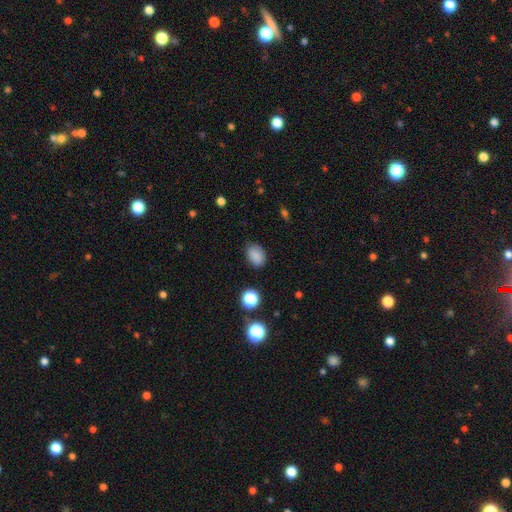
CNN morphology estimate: Q: Smooth or featured?
A: smooth (85%); runner-up: star or artifact (11%)
Q: How rounded?
A: in between (72%); runner-up: round (27%)
Q: Merging?
A: none (82%); runner-up: minor disturbance (13%)